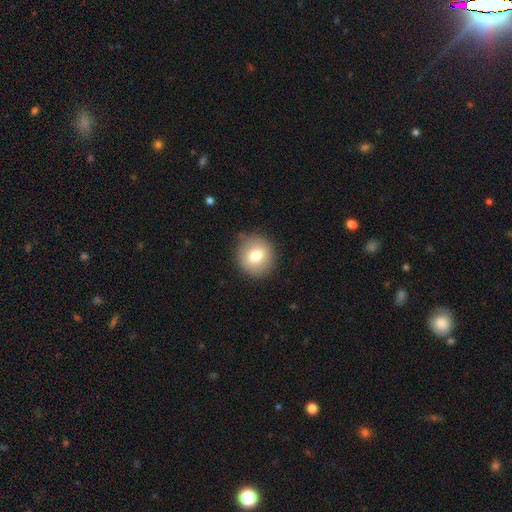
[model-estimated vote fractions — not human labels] A smooth galaxy with no disk features (76%) that is round (90%). Merging: none (85%).